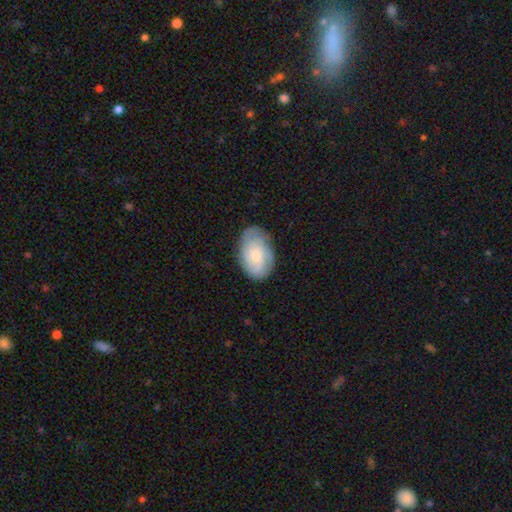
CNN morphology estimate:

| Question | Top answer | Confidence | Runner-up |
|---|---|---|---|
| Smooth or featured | featured or disk | 62% | smooth (31%) |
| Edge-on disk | no | 97% | yes (3%) |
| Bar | no | 76% | weak (21%) |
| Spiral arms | yes | 92% | no (8%) |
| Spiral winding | tight | 58% | medium (33%) |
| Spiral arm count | can't tell | 34% | 3 (27%) |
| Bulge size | small | 59% | moderate (35%) |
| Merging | none | 77% | minor disturbance (18%) |